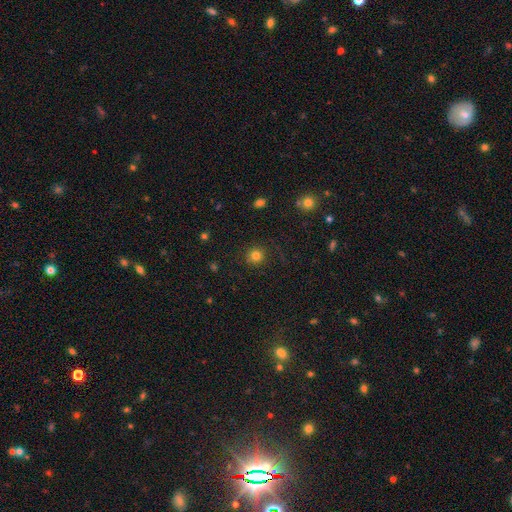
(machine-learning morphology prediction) type=smooth (80%); roundness=round (93%); merging=none (88%).